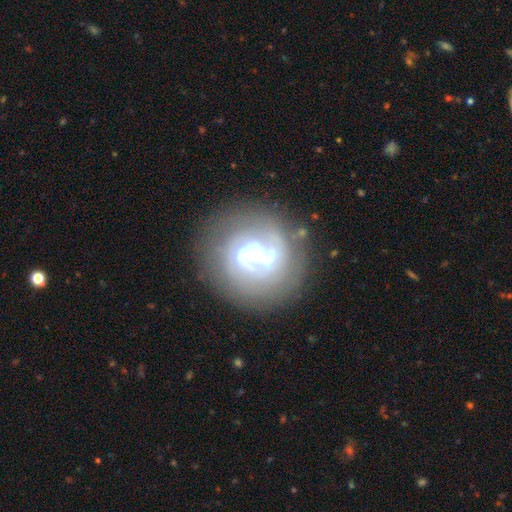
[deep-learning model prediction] Overall: featured or disk (78%). Edge-on disk: no (97%). Bar: weak (41%; strong 40%). Spiral arms: yes (82%). Spiral arm count: 2 (49%; can't tell 26%). Spiral winding: tight (48%; medium 34%). Bulge size: small (52%; moderate 30%). Merging: none (73%).